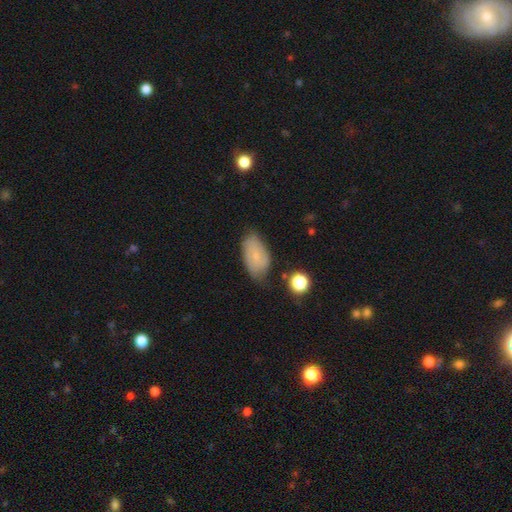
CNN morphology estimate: Q: Smooth or featured?
A: smooth (53%); runner-up: featured or disk (39%)
Q: How rounded?
A: in between (92%); runner-up: round (5%)
Q: Merging?
A: none (64%); runner-up: minor disturbance (27%)